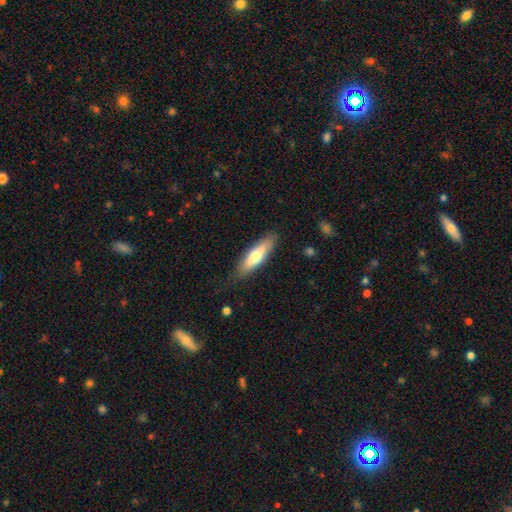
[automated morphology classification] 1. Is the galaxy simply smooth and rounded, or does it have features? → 63% smooth, 32% featured or disk, 6% star or artifact.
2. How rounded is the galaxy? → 61% cigar-shaped, 37% in between, 2% round.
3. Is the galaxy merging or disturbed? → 81% none, 14% minor disturbance, 3% major disturbance, 1% merger.